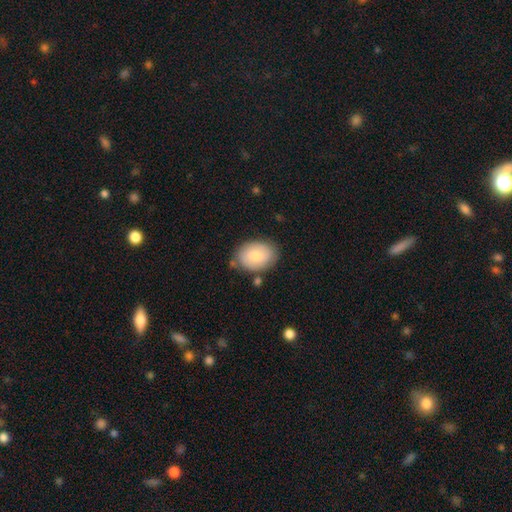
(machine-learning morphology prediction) A smooth galaxy with no disk features (73%) that is in between round and cigar-shaped (74%).

Vote fractions:
- Smooth or featured? smooth: 73% / featured or disk: 21% / star or artifact: 6%
- How rounded? in between: 74% / round: 25% / cigar-shaped: 1%
- Merging? none: 74% / minor disturbance: 18% / merger: 5% / major disturbance: 4%